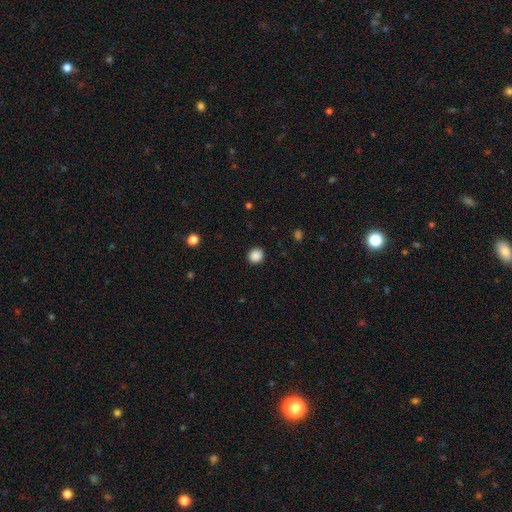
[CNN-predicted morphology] smooth 88%, star or artifact 10%, featured or disk 2%. Down the decision tree: how rounded — round (89%); merging — none (91%).